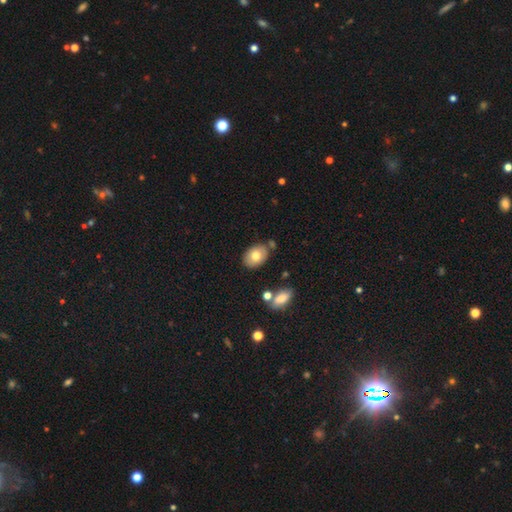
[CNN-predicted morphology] The model was most divided on "smooth or featured": smooth: 74%, featured or disk: 18%, star or artifact: 8%. More confident: how rounded — in between (81%); merging — none (74%).